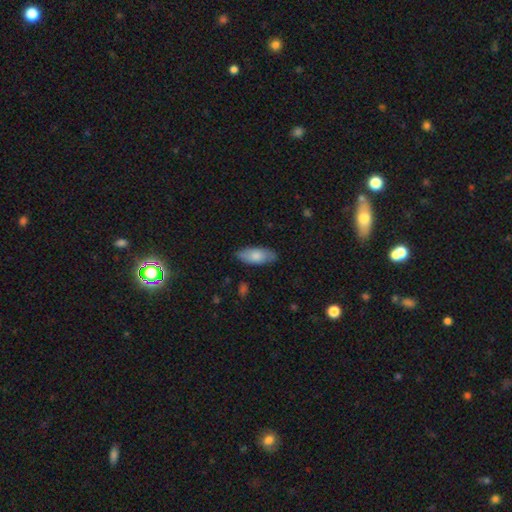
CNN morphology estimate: Overall: smooth (78%). How rounded: in between (85%). Merging: none (82%).